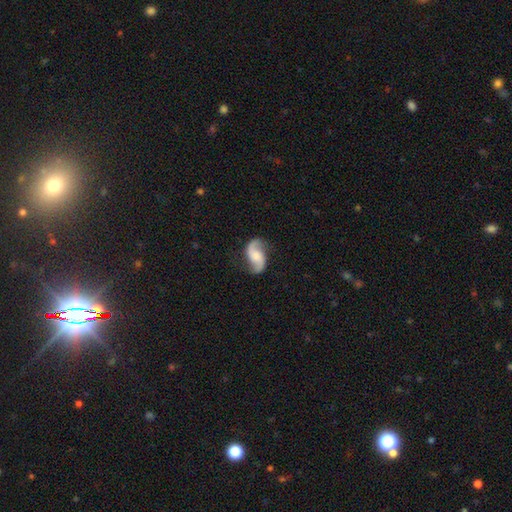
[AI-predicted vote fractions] This is clearly a featured or disk galaxy (84%). It is clearly not viewed edge-on (98%). Bar: possibly no (57%). Spiral arm pattern: clearly yes (97%). Spiral arm count: clearly 2 (94%). Spiral winding: likely loose (63%). Central bulge: marginally none (29%). Merging: likely none (80%).